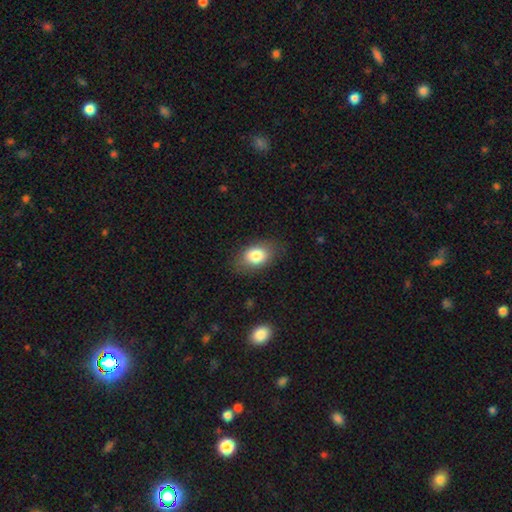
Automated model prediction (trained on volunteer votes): The model was most divided on "how rounded": in between: 82%, round: 17%, cigar-shaped: 1%. More confident: smooth or featured — smooth (82%); merging — none (80%).